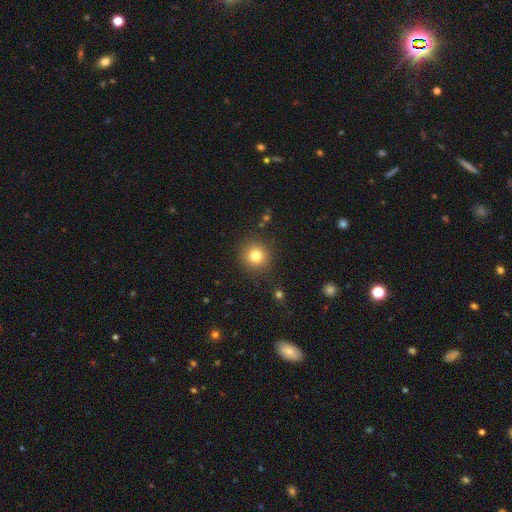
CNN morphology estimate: smooth_or_featured: smooth (p=0.80) [alt: star or artifact p=0.13]
how_rounded: round (p=0.93) [alt: in between p=0.06]
merging: none (p=0.88) [alt: minor disturbance p=0.07]